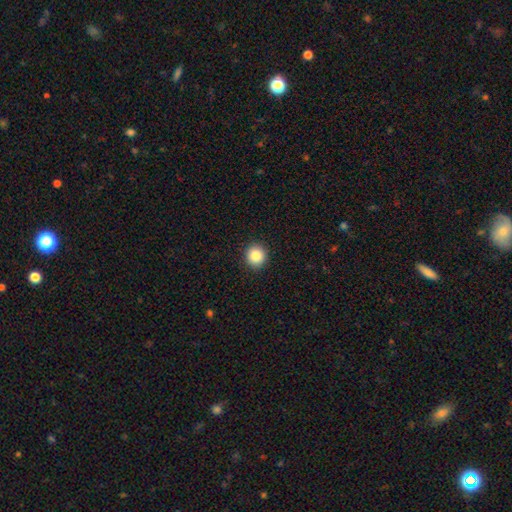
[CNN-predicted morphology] This appears to be a smooth galaxy with no disk features (88%) that is round (91%). Merging: none (92%).